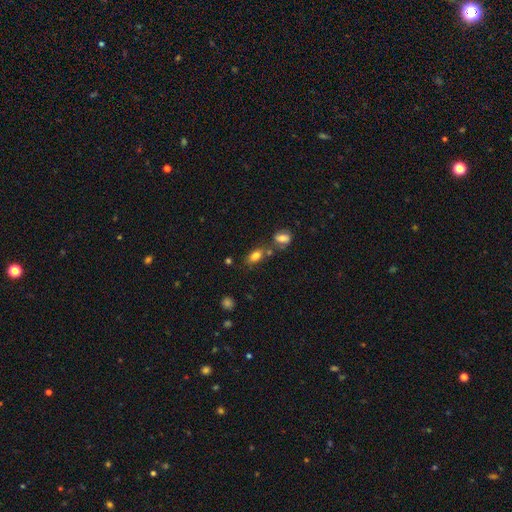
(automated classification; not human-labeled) Morphology: type=smooth (80%); roundness=in between (85%); merging=none (58%).